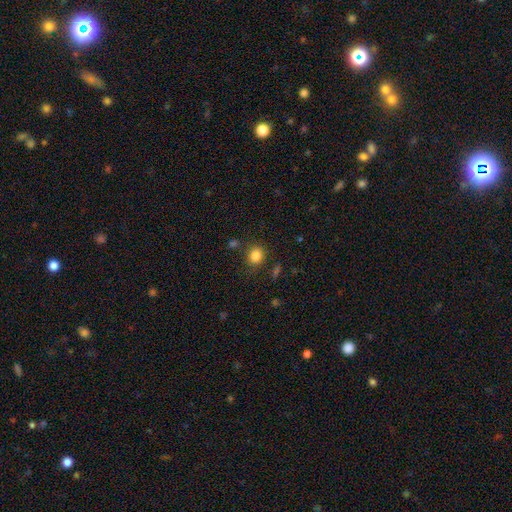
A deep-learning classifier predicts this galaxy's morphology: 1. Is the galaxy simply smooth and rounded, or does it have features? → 84% smooth, 11% star or artifact, 5% featured or disk.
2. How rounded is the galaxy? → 74% round, 25% in between, 1% cigar-shaped.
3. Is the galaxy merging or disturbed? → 81% none, 11% minor disturbance, 4% merger, 4% major disturbance.